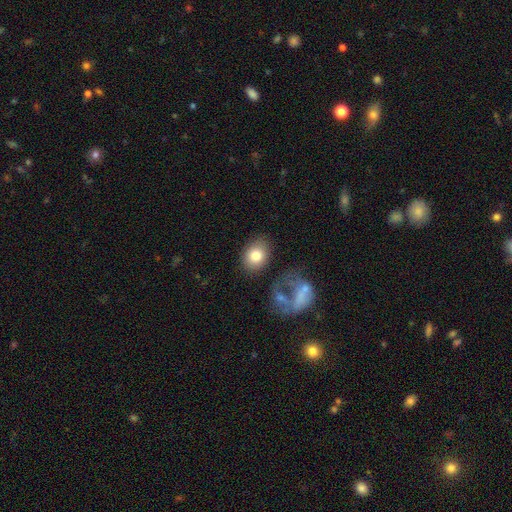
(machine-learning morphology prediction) Smooth or featured?
  - smooth: 81% *
  - featured or disk: 11%
  - star or artifact: 8%
How rounded?
  - in between: 61% *
  - round: 38%
  - cigar-shaped: 1%
Merging?
  - none: 77% *
  - minor disturbance: 13%
  - major disturbance: 5%
  - merger: 5%